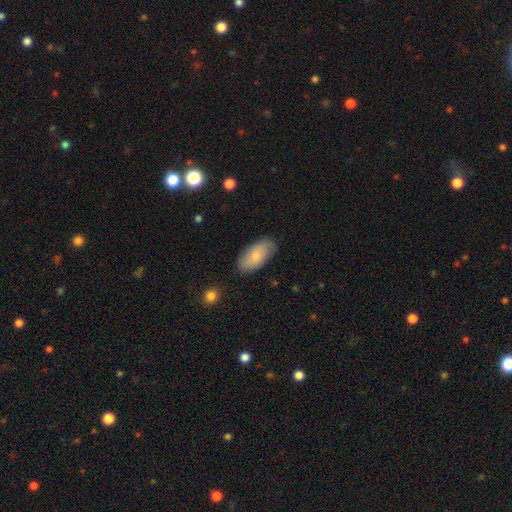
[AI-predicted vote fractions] Overall: smooth (73%). How rounded: in between (93%). Merging: none (82%).